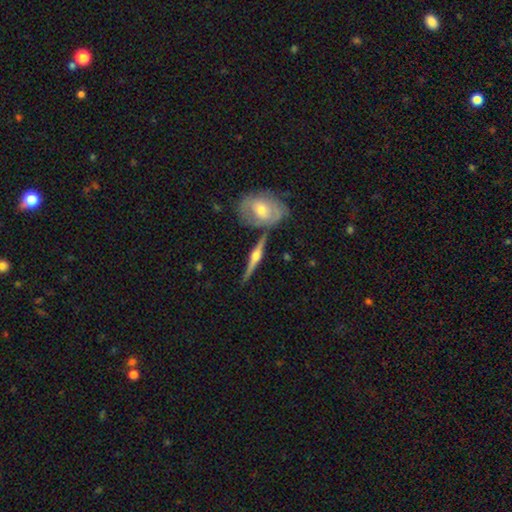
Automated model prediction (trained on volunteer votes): Q: Smooth or featured?
A: featured or disk (82%); runner-up: smooth (13%)
Q: Edge-on disk?
A: yes (96%); runner-up: no (4%)
Q: Edge-on bulge?
A: rounded (94%); runner-up: boxy (3%)
Q: Merging?
A: none (76%); runner-up: minor disturbance (10%)